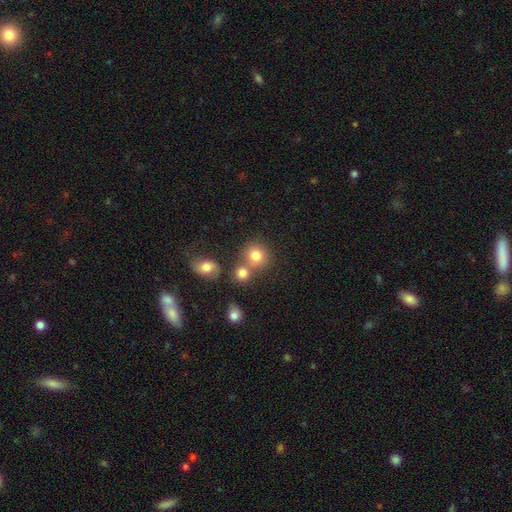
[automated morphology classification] Overall: smooth (78%). How rounded: round (82%). Merging: none (59%; merger 28%).